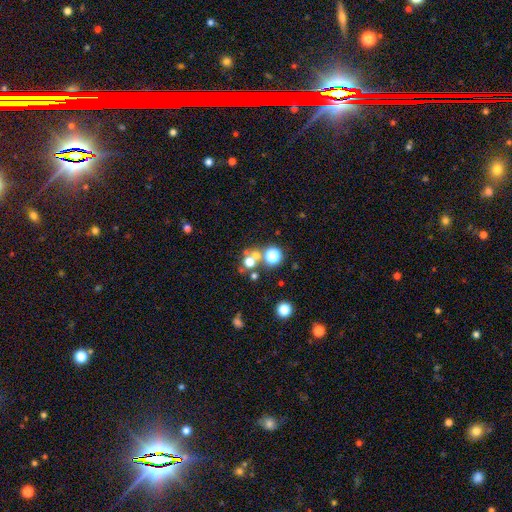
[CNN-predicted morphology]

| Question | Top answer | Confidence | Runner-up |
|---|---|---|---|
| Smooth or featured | smooth | 56% | star or artifact (30%) |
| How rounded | round | 85% | in between (14%) |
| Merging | none | 53% | merger (36%) |